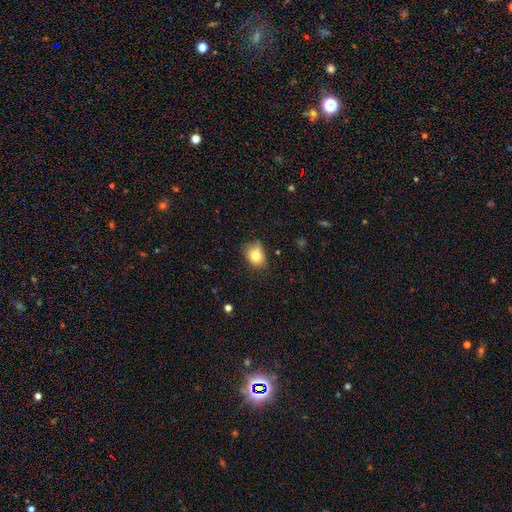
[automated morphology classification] Smooth or featured? smooth (78%)
How rounded? in between (56%)
Merging? none (64%)